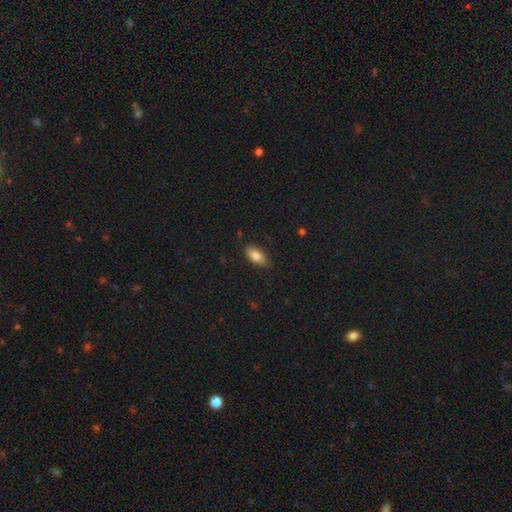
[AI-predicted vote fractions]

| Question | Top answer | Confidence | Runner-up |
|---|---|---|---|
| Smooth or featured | smooth | 81% | featured or disk (12%) |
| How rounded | in between | 87% | cigar-shaped (10%) |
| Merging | none | 79% | minor disturbance (16%) |